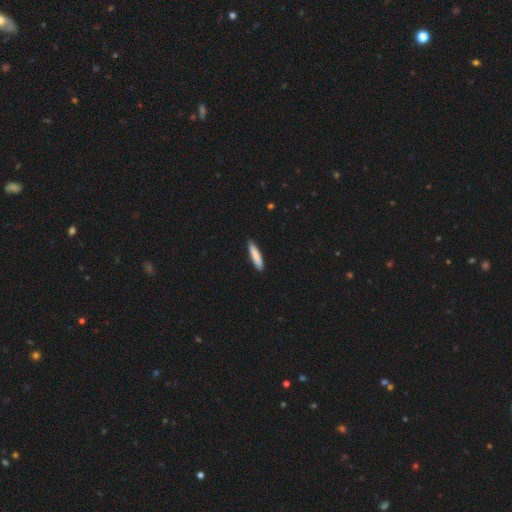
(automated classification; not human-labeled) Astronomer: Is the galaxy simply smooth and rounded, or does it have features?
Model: smooth — 85%.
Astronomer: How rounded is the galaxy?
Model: cigar-shaped — 85%.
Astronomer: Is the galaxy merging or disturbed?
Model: none — 88%.